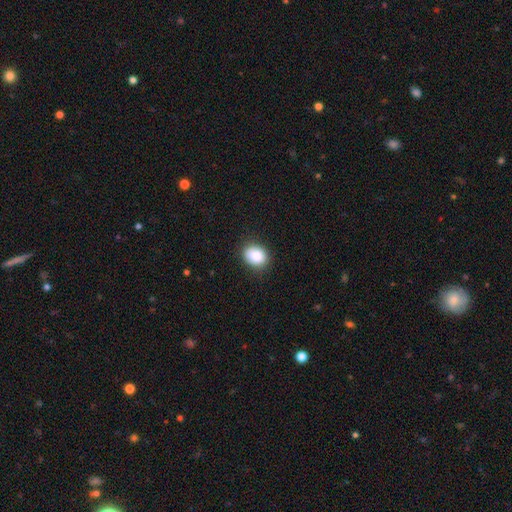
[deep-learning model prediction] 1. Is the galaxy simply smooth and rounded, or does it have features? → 88% smooth, 8% star or artifact, 4% featured or disk.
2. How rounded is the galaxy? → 54% in between, 45% round, 1% cigar-shaped.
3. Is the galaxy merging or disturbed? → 85% none, 11% minor disturbance, 3% major disturbance, 1% merger.